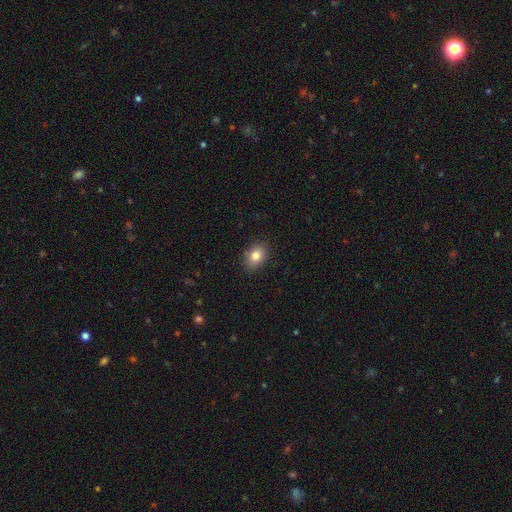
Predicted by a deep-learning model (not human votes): This appears to be a smooth galaxy with no disk features (82%) that is in between round and cigar-shaped (64%). Merging: none (88%).